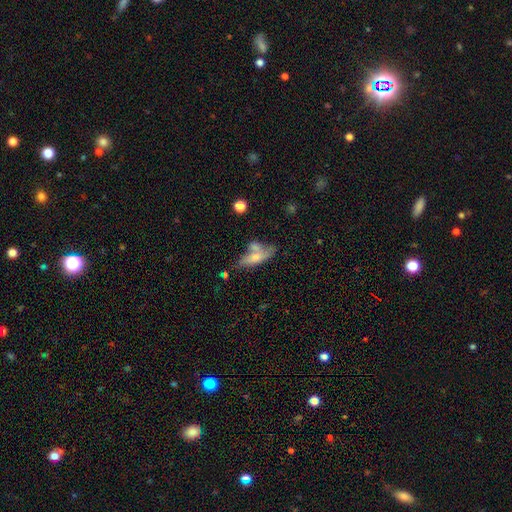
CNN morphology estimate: type=smooth (55%); roundness=in between (57%); merging=none (39%).